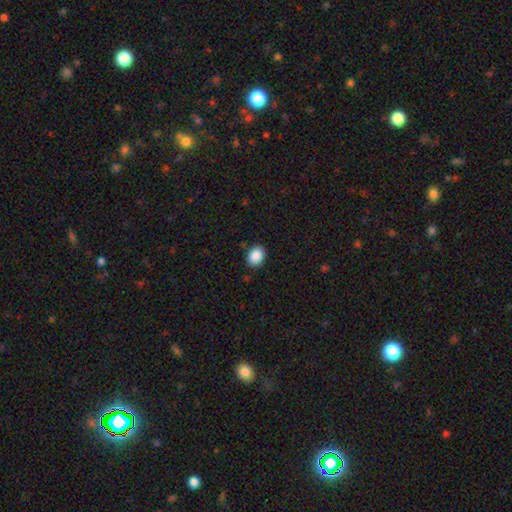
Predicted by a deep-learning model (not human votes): Morphology: type=smooth (89%); roundness=in between (53%); merging=none (89%).